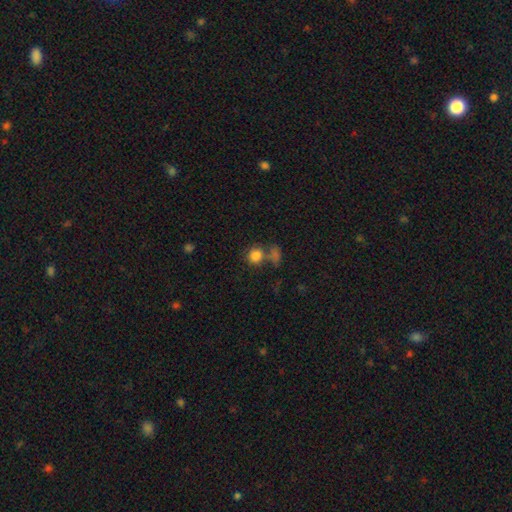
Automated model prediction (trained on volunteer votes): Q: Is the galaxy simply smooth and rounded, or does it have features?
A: smooth — 82%.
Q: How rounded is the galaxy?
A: round — 82%.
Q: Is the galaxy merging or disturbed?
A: none — 48%.